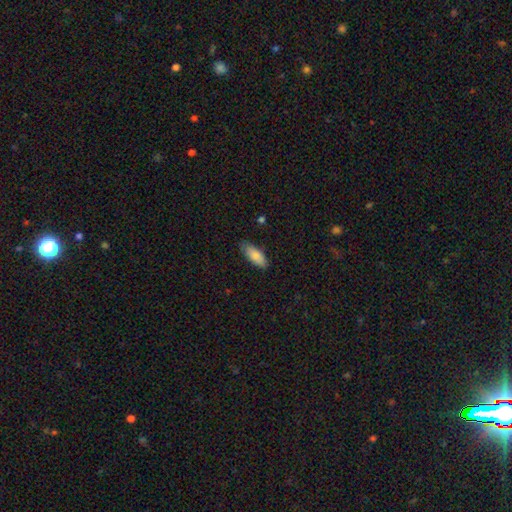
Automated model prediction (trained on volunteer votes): smooth-or-featured: smooth: 83% | featured or disk: 11% | star or artifact: 6%
  how-rounded: in between: 78% | cigar-shaped: 21% | round: 2%
  merging: none: 80% | minor disturbance: 16% | major disturbance: 3% | merger: 1%